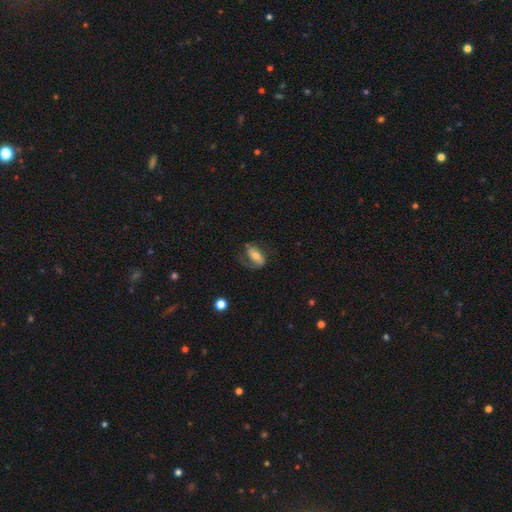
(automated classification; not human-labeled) Q: Smooth or featured?
A: featured or disk (56%); runner-up: smooth (37%)
Q: Edge-on disk?
A: no (93%); runner-up: yes (7%)
Q: Bar?
A: no (37%); runner-up: strong (34%)
Q: Spiral arms?
A: yes (79%); runner-up: no (21%)
Q: Bulge size?
A: moderate (59%); runner-up: small (30%)
Q: Merging?
A: none (52%); runner-up: major disturbance (23%)